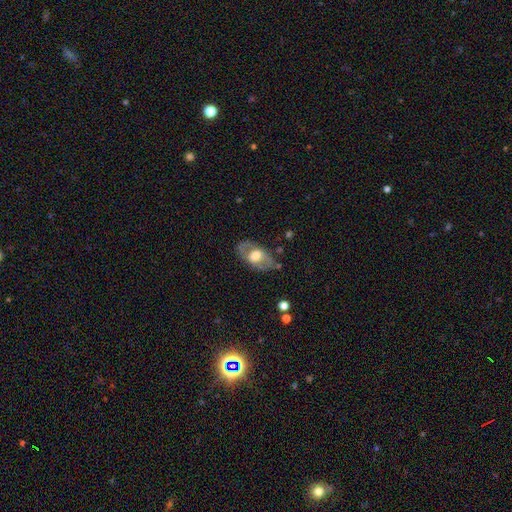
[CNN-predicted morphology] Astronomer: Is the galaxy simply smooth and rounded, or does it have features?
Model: featured or disk — 55% (runner-up: smooth, 39%).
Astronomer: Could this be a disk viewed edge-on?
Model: no — 86%.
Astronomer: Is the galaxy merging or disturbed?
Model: none — 71%.